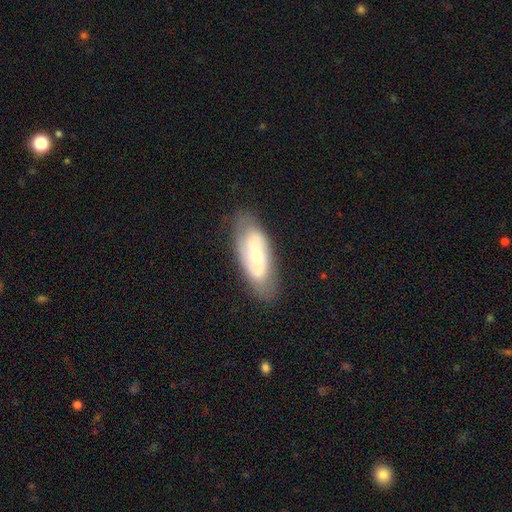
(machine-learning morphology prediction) A featured or disk galaxy (64%) with no bar (56%), spiral arms (79%) and a small central bulge (51%). Merging: none (77%).